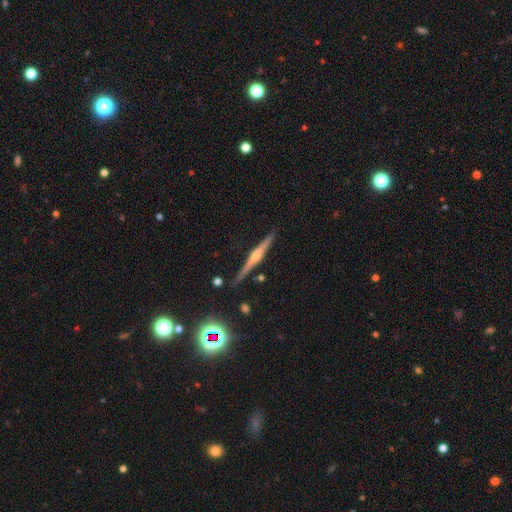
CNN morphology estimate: A featured or disk galaxy (78%) viewed edge-on (98%) with a rounded central bulge (82%). Merging: none (90%).